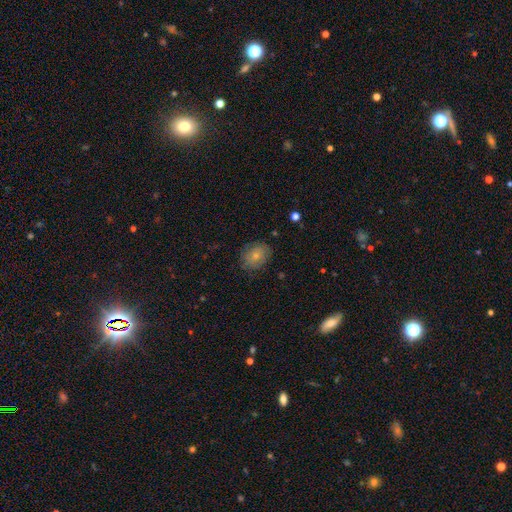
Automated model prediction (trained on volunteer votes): Smooth or featured? Predicted: smooth (p=0.73). How rounded? Predicted: in between (p=0.56). Merging? Predicted: none (p=0.78).